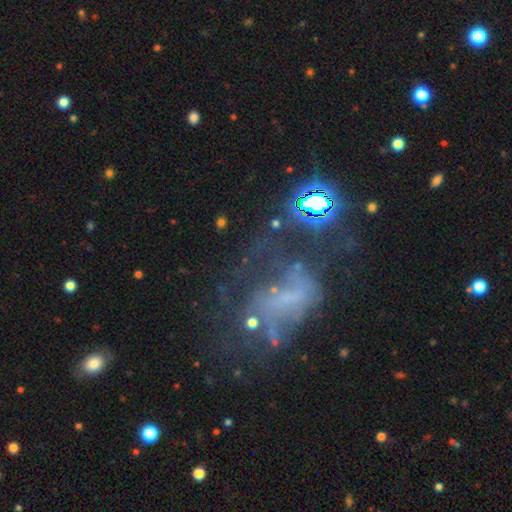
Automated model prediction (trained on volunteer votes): The model was most divided on "merging": major disturbance: 44%, none: 30%, minor disturbance: 17%, merger: 9%. Remaining: smooth or featured — featured or disk (49%).